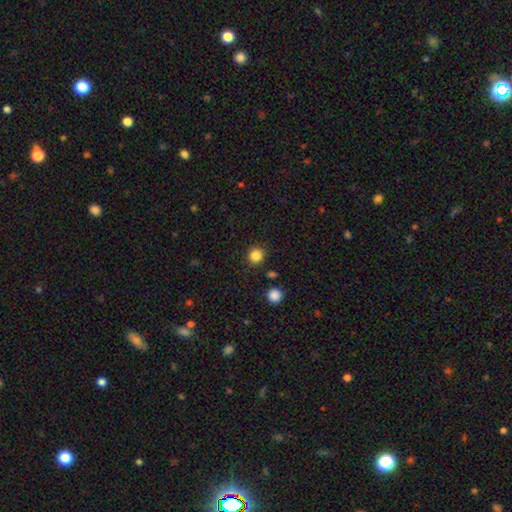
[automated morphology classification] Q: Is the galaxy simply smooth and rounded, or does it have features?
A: smooth — 85%.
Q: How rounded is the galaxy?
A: round — 89%.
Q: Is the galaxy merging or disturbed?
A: none — 88%.